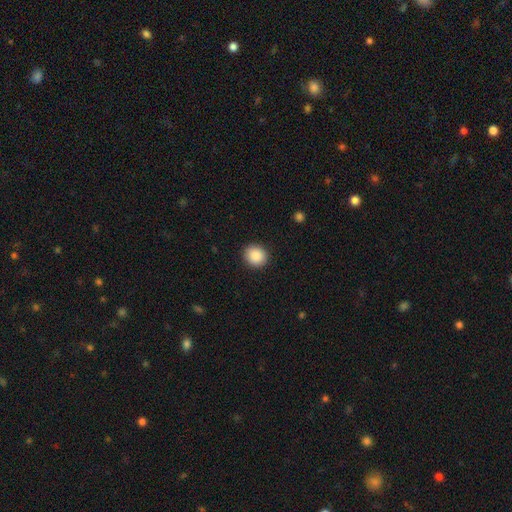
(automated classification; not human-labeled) Smooth or featured: smooth — 89% (star or artifact — 8%)
How rounded: round — 82% (in between — 18%)
Merging: none — 91% (minor disturbance — 6%)